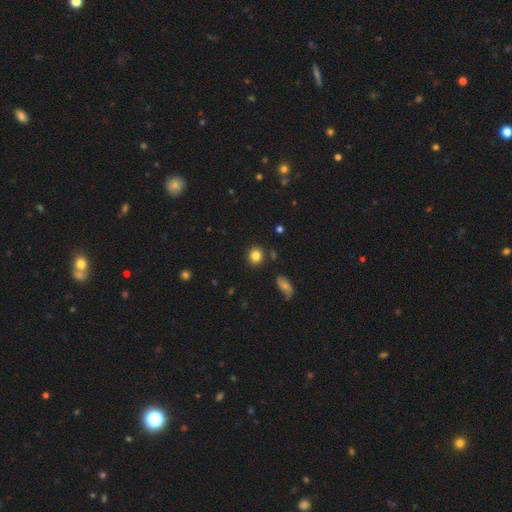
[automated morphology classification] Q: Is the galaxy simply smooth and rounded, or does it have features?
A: smooth — 83%.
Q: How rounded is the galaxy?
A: round — 82%.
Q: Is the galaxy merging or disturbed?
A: none — 86%.